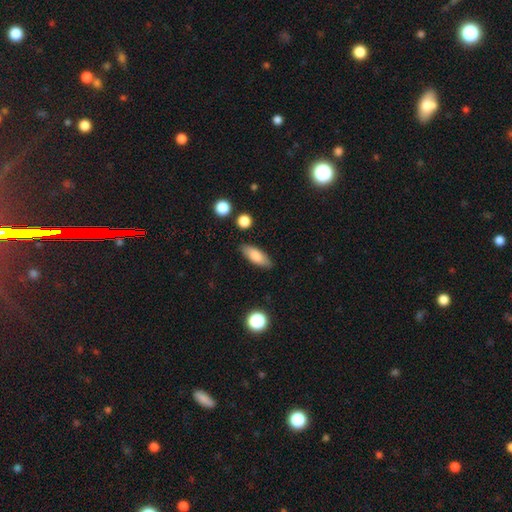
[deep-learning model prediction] The model was most divided on "how rounded": in between: 69%, cigar-shaped: 28%, round: 3%. More confident: merging — none (86%); smooth or featured — smooth (80%).